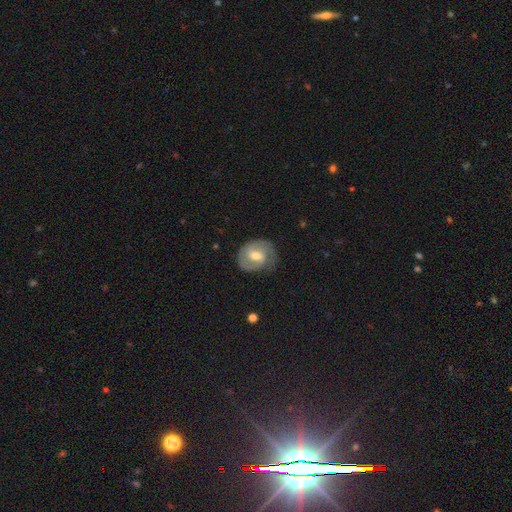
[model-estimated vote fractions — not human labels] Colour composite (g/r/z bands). It shows a featured or disk galaxy (69%) with a weak bar (55%), 2 (68%) tight (45%) spiral arms (86%) and a moderate central bulge (70%). Merging: none (65%).